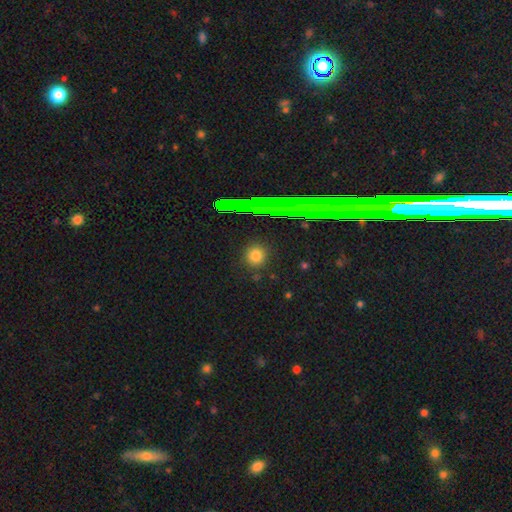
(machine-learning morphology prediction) Overall: smooth (75%). How rounded: round (90%). Merging: none (90%).